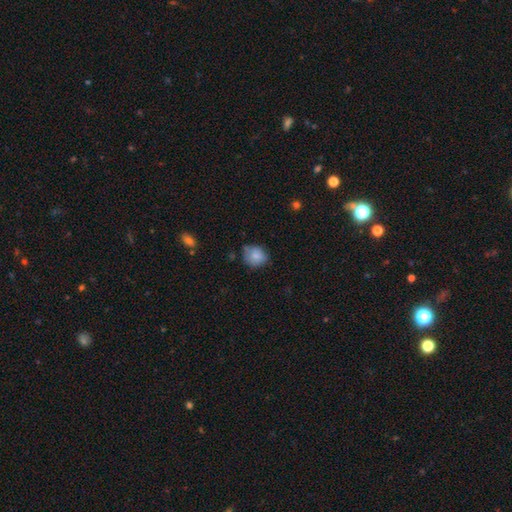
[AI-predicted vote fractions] Overall: smooth (83%). How rounded: round (76%). Merging: none (65%; minor disturbance 27%).